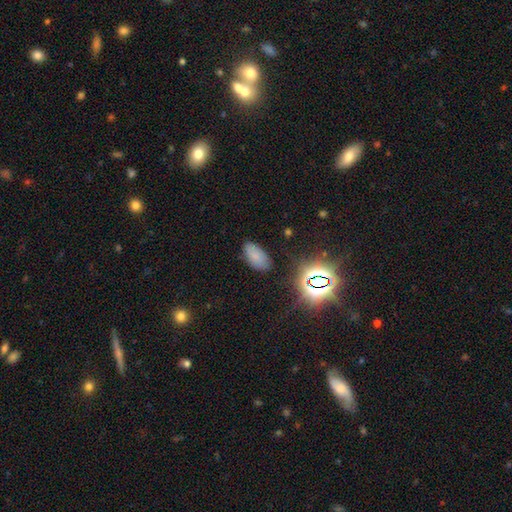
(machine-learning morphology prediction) This appears to be a smooth galaxy with no disk features (72%) that is in between round and cigar-shaped (93%). Merging: none (81%).